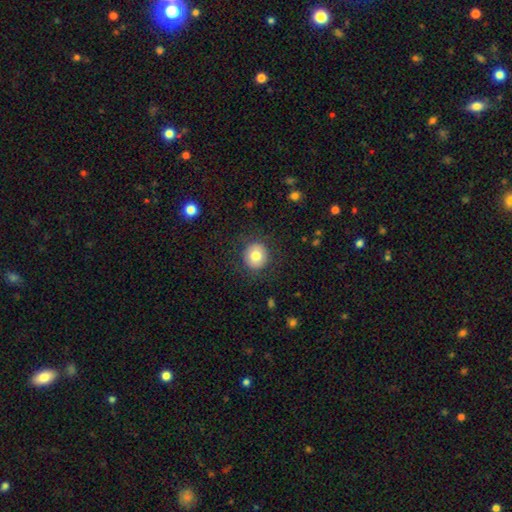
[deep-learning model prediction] smooth 78%, featured or disk 13%, star or artifact 9%. Down the decision tree: how rounded — round (88%); merging — none (86%).